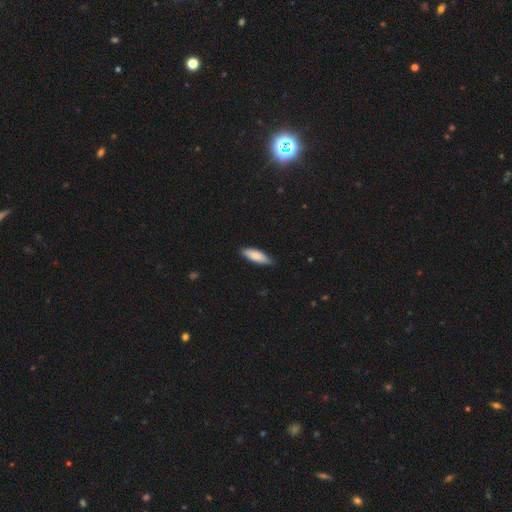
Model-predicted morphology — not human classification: Smooth or featured? smooth (83%)
How rounded? in between (56%)
Merging? none (83%)